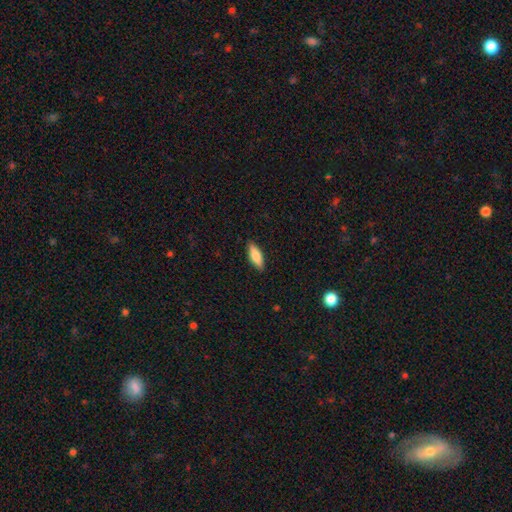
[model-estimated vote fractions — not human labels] Smooth or featured? smooth (77%)
How rounded? in between (55%)
Merging? none (88%)